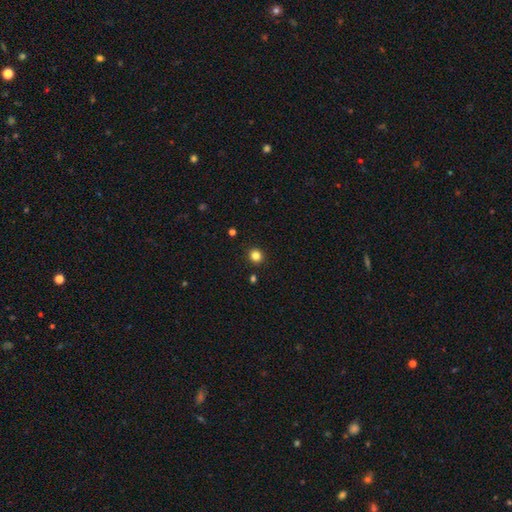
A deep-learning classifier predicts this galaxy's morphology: Q: Smooth or featured?
A: smooth (82%); runner-up: star or artifact (13%)
Q: How rounded?
A: round (92%); runner-up: in between (7%)
Q: Merging?
A: none (92%); runner-up: minor disturbance (5%)